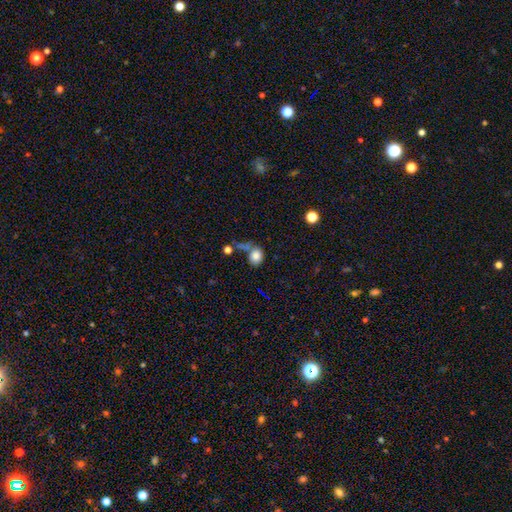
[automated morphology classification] Q: Smooth or featured?
A: smooth (81%); runner-up: star or artifact (11%)
Q: How rounded?
A: round (53%); runner-up: in between (45%)
Q: Merging?
A: none (48%); runner-up: merger (24%)